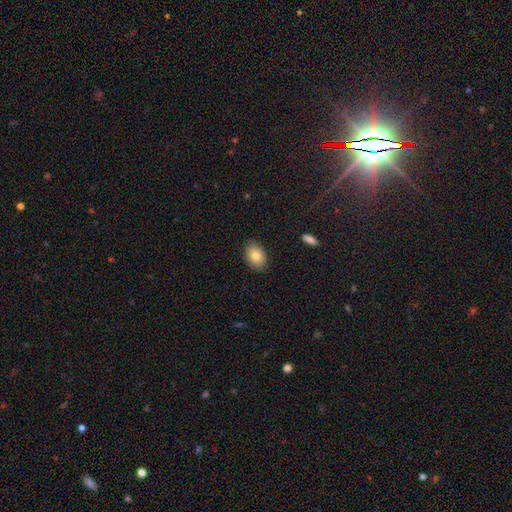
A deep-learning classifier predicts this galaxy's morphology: Overall: smooth (80%). How rounded: in between (81%). Merging: none (87%).